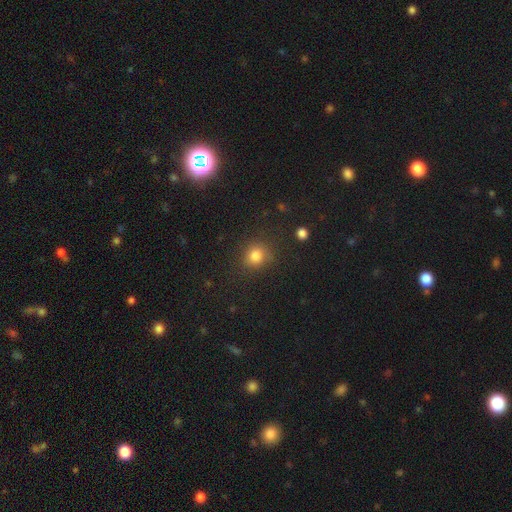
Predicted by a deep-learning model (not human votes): This is clearly a smooth galaxy (82%). How rounded: clearly round (80%). Merging: likely none (79%).